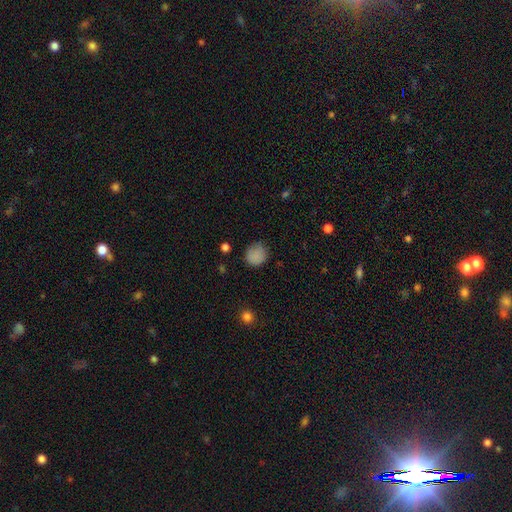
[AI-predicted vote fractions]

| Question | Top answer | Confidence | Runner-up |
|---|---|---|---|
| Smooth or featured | smooth | 84% | star or artifact (11%) |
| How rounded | round | 82% | in between (17%) |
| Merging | none | 72% | minor disturbance (21%) |